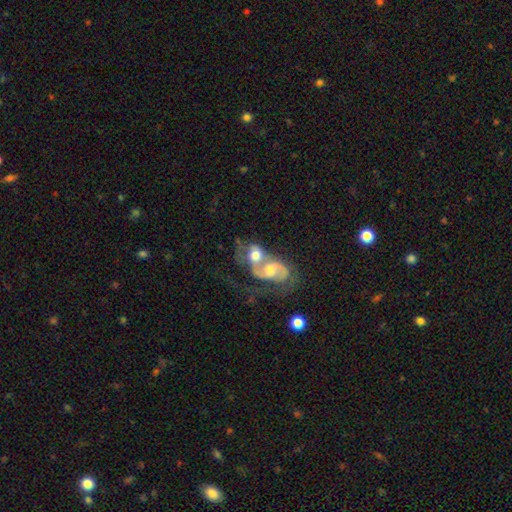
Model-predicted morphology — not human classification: featured or disk 67%, smooth 26%, star or artifact 7%. Down the decision tree: edge-on disk — no (96%); bar — no (59%); spiral arms — yes (82%); spiral arm count — 2 (76%); spiral winding — medium (46%); bulge size — moderate (59%); merging — merger (79%).